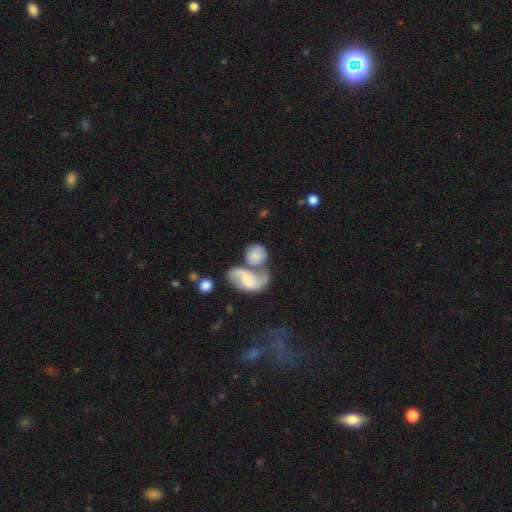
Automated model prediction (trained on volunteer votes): A smooth galaxy with no disk features (57%) that is round (62%). Merging: merger (49%).